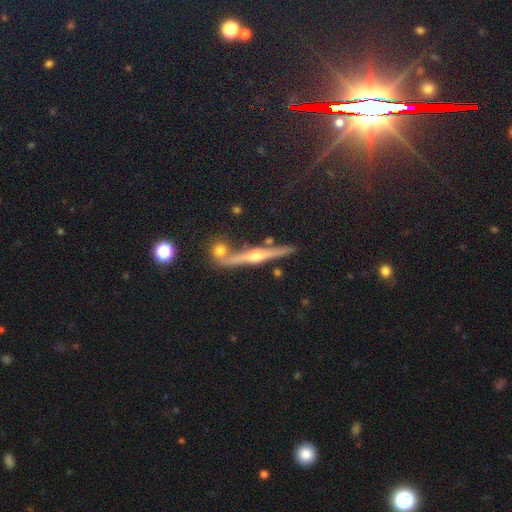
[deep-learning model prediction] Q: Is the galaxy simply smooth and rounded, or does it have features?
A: featured or disk — 78%.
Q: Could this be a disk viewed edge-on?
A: yes — 96%.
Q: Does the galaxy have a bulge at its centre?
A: rounded — 92%.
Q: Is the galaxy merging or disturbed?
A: none — 78%.